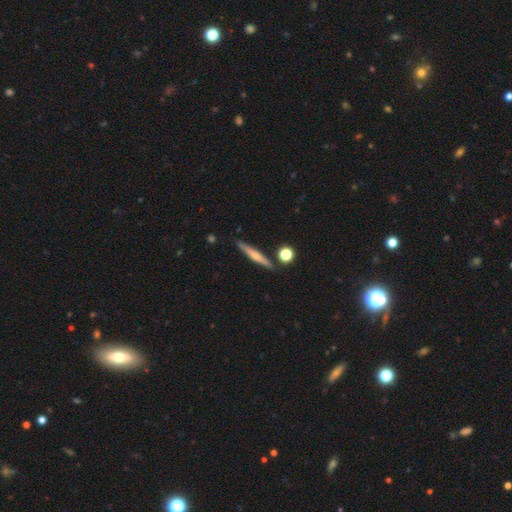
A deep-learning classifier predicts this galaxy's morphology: Smooth or featured? Predicted: featured or disk (p=0.53). Edge-on disk? Predicted: yes (p=0.97). Edge-on bulge? Predicted: rounded (p=0.73). Merging? Predicted: none (p=0.86).